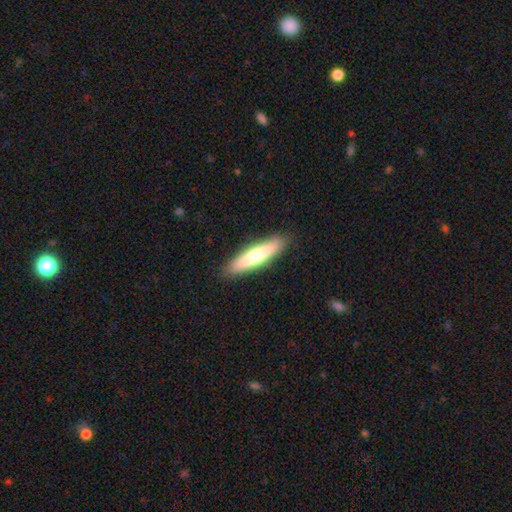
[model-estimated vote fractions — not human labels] Overall: smooth (61%; featured or disk 33%). How rounded: cigar-shaped (80%). Merging: none (90%).